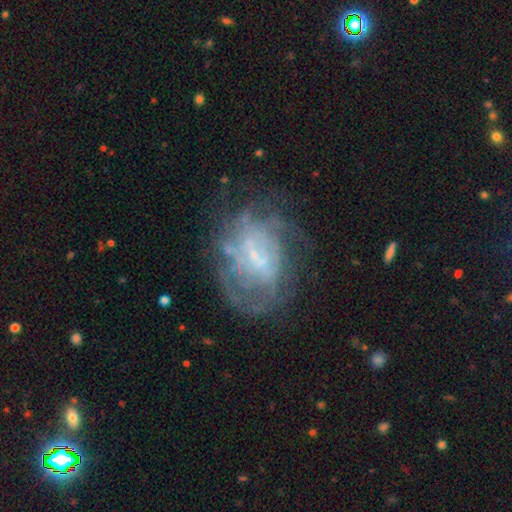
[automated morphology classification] Smooth or featured? Predicted: featured or disk (p=0.71). Edge-on disk? Predicted: no (p=0.97). Bar? Predicted: no (p=0.49). Spiral arms? Predicted: yes (p=0.58). Bulge size? Predicted: small (p=0.61). Merging? Predicted: none (p=0.53).